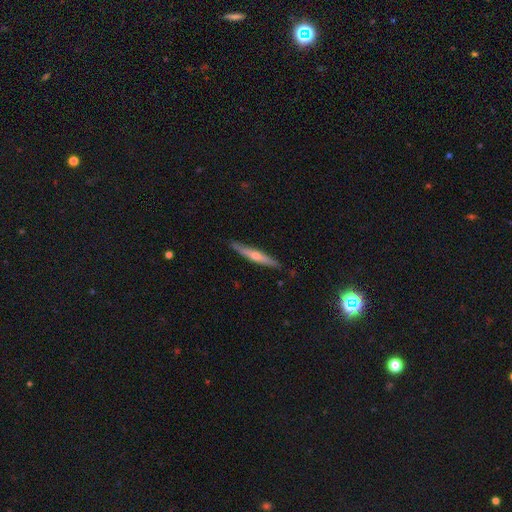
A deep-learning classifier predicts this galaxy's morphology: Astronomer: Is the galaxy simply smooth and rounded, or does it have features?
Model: featured or disk — 53% (runner-up: smooth, 42%).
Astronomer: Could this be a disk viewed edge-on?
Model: yes — 95%.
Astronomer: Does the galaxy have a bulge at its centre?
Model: rounded — 76%.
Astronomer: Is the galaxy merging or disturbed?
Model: none — 87%.